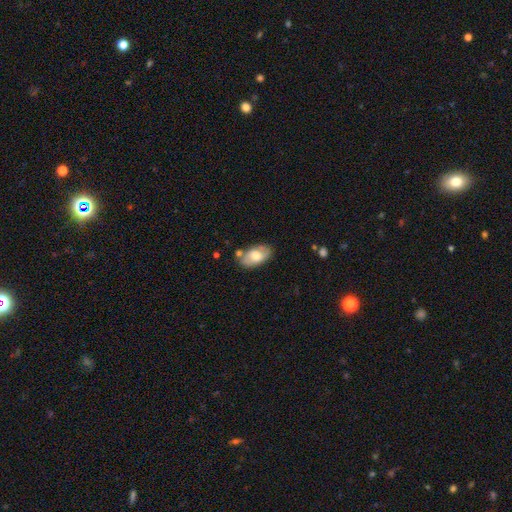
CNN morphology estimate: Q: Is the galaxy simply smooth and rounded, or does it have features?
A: smooth — 61%.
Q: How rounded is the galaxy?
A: in between — 94%.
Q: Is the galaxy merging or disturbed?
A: none — 71%.